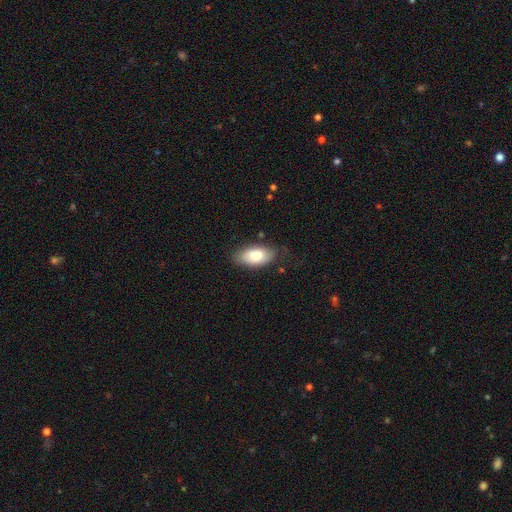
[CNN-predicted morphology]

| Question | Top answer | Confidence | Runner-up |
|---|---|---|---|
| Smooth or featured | smooth | 80% | featured or disk (14%) |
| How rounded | in between | 93% | cigar-shaped (4%) |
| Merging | none | 71% | minor disturbance (22%) |